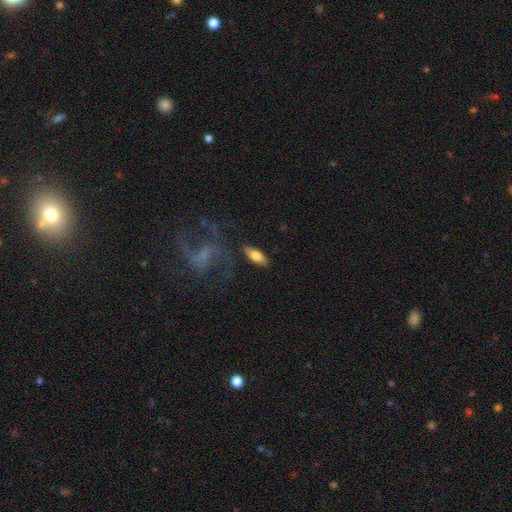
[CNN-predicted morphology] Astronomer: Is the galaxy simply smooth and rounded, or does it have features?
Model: smooth — 75%.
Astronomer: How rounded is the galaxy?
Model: in between — 79%.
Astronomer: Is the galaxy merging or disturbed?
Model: none — 81%.